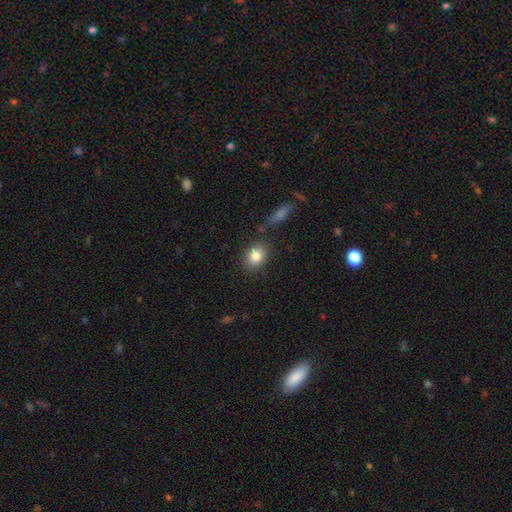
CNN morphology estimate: Q: Smooth or featured?
A: smooth (83%); runner-up: star or artifact (9%)
Q: How rounded?
A: in between (55%); runner-up: round (43%)
Q: Merging?
A: none (77%); runner-up: minor disturbance (14%)